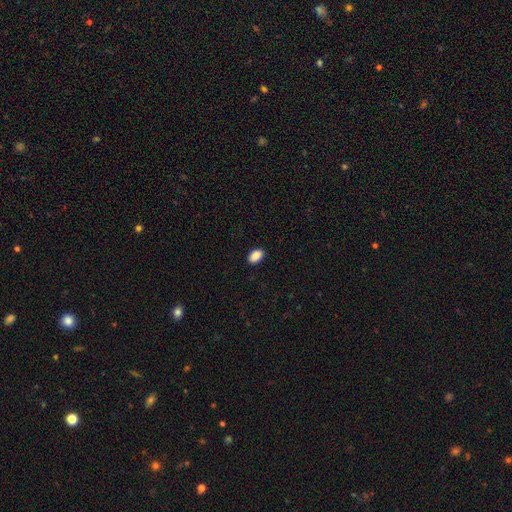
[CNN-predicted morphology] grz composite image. It shows a smooth galaxy with no disk features (90%) that is in between round and cigar-shaped (90%). Merging: none (89%).